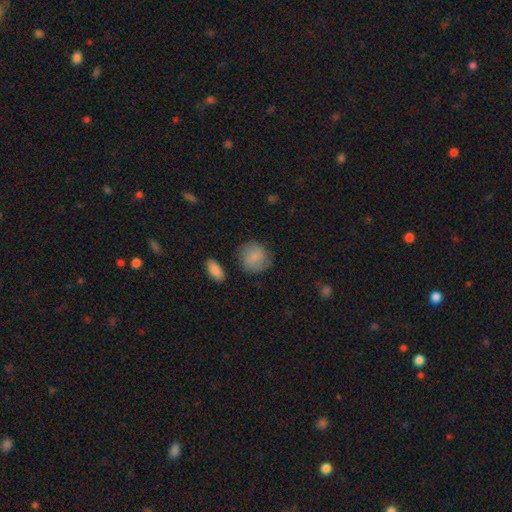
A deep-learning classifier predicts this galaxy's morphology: Smooth or featured? smooth (80%)
How rounded? round (84%)
Merging? none (77%)